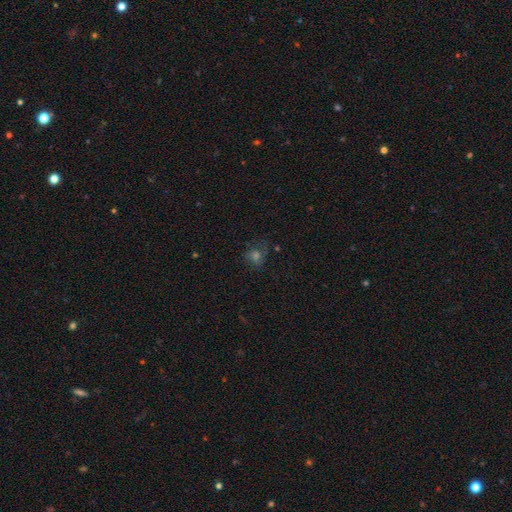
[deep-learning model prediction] Morphology: type=smooth (52%); roundness=round (74%); merging=none (64%).